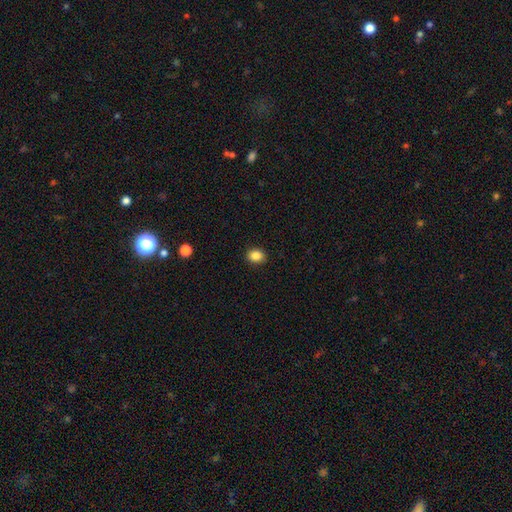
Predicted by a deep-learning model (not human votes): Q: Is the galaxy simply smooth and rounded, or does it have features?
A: smooth — 86%.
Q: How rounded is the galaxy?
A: round — 57%.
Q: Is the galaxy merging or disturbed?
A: none — 91%.